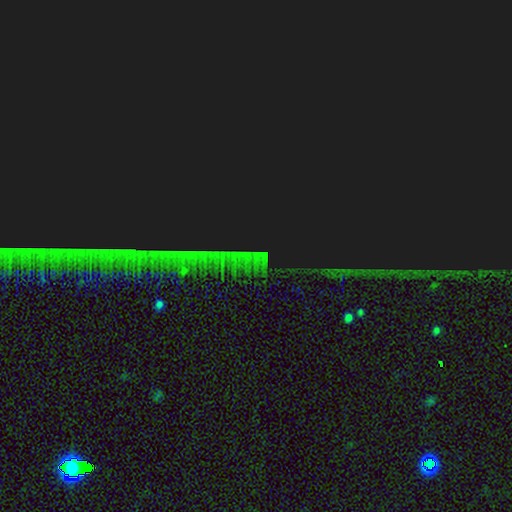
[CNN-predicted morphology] Smooth or featured: star or artifact — 85% (featured or disk — 8%)